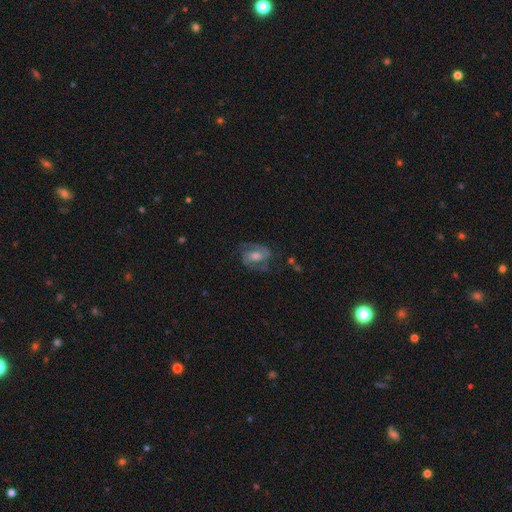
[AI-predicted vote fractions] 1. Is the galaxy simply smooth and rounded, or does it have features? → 80% featured or disk, 12% smooth, 8% star or artifact.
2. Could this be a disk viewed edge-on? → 97% no, 3% yes.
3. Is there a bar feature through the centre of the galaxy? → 45% weak, 33% no, 23% strong.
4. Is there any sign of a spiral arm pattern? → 95% yes, 5% no.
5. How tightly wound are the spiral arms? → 54% medium, 30% tight, 16% loose.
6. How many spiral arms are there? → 87% 2, 6% can't tell, 3% 3, 2% 1, 1% 4, 1% more than 4.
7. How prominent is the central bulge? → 51% moderate, 25% small, 17% large, 6% none, 2% dominant.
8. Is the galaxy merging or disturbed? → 73% none, 16% minor disturbance, 10% major disturbance, 2% merger.